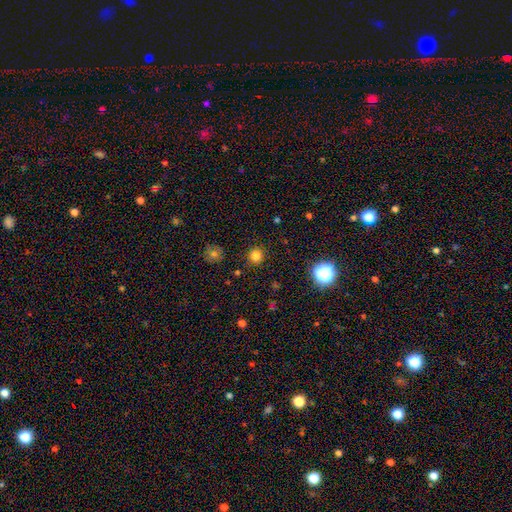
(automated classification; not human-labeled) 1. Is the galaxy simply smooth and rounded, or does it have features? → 79% smooth, 17% star or artifact, 4% featured or disk.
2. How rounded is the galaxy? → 92% round, 7% in between, 1% cigar-shaped.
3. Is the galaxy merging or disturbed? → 90% none, 6% minor disturbance, 2% major disturbance, 2% merger.